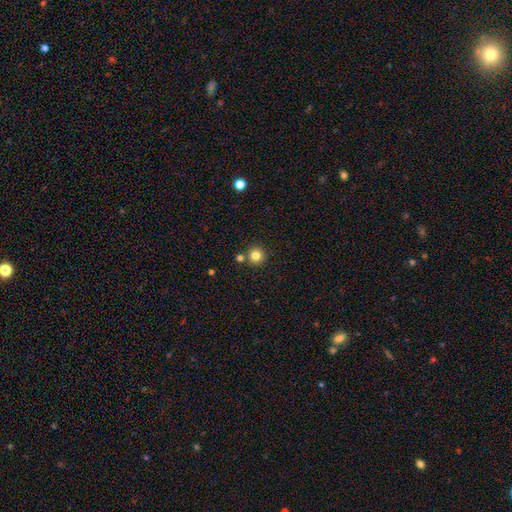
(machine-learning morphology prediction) smooth-or-featured: smooth: 82% | star or artifact: 12% | featured or disk: 6%
  how-rounded: round: 95% | in between: 4% | cigar-shaped: 1%
  merging: none: 82% | merger: 9% | minor disturbance: 6% | major disturbance: 2%